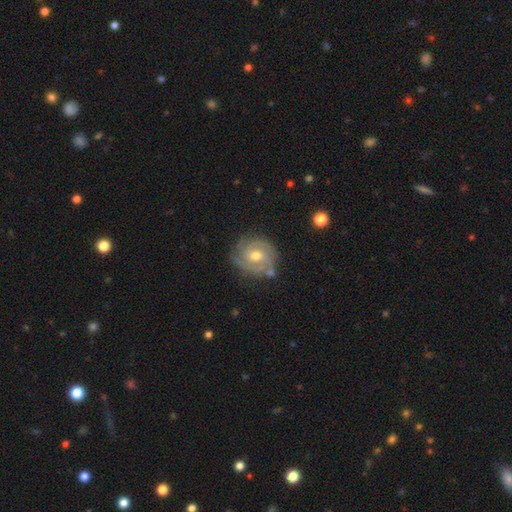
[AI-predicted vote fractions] This is clearly a featured or disk galaxy (84%). It is clearly not viewed edge-on (98%). Bar: possibly no (57%). Spiral arm pattern: clearly yes (95%). Spiral arm count: marginally 3 (41%). Spiral winding: likely tight (67%). Central bulge: likely moderate (67%). Merging: likely none (75%).